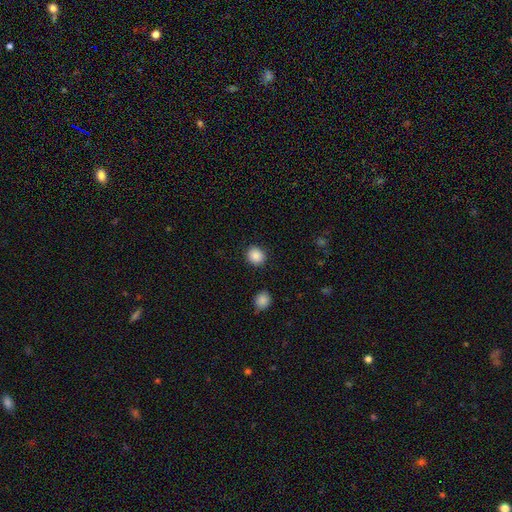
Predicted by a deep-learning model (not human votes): Smooth or featured? smooth (87%)
How rounded? round (74%)
Merging? none (89%)